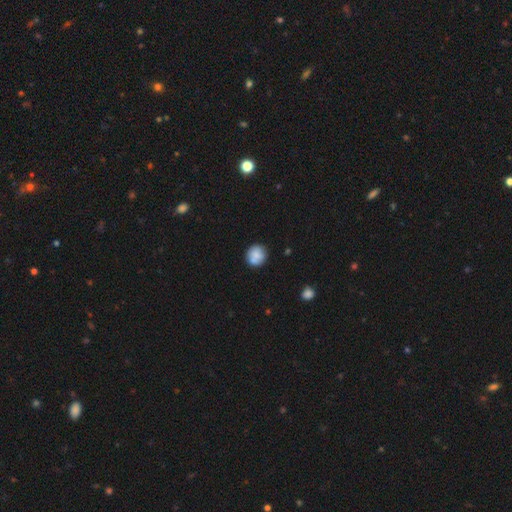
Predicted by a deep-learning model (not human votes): The model was most divided on "merging": none: 72%, minor disturbance: 15%, merger: 9%, major disturbance: 4%. More confident: how rounded — round (87%); smooth or featured — smooth (79%).